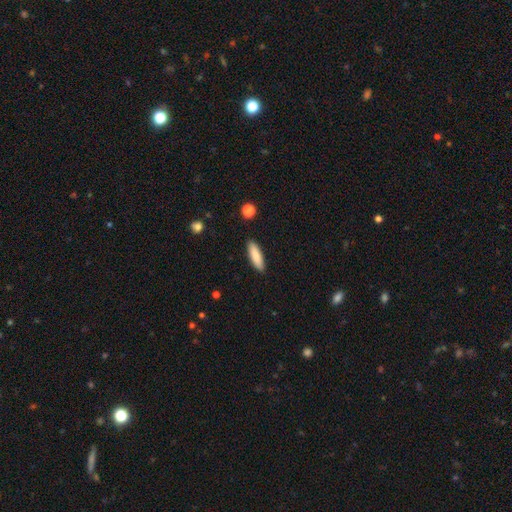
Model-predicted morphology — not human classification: Q: Smooth or featured?
A: smooth (86%); runner-up: featured or disk (8%)
Q: How rounded?
A: cigar-shaped (59%); runner-up: in between (40%)
Q: Merging?
A: none (89%); runner-up: minor disturbance (8%)